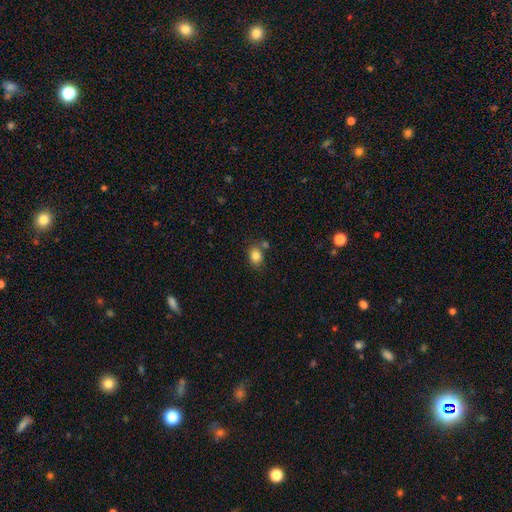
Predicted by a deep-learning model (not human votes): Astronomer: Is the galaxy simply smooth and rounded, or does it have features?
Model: smooth — 84%.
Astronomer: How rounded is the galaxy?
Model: in between — 61% (runner-up: round, 38%).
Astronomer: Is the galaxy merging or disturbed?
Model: none — 69%.